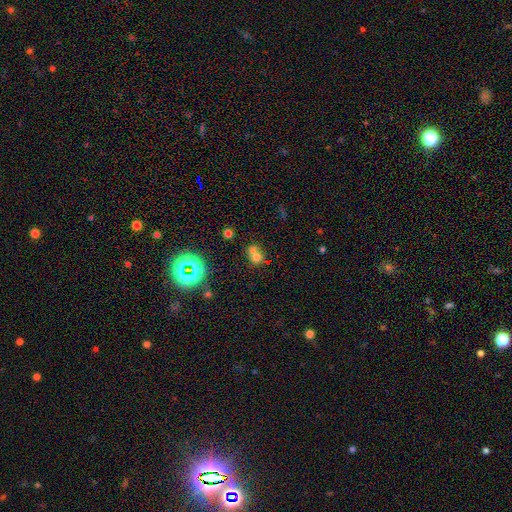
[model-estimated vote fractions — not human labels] Smooth or featured?
  - smooth: 63% *
  - star or artifact: 22%
  - featured or disk: 15%
How rounded?
  - round: 76% *
  - in between: 23%
  - cigar-shaped: 1%
Merging?
  - merger: 56% *
  - none: 34%
  - minor disturbance: 6%
  - major disturbance: 3%